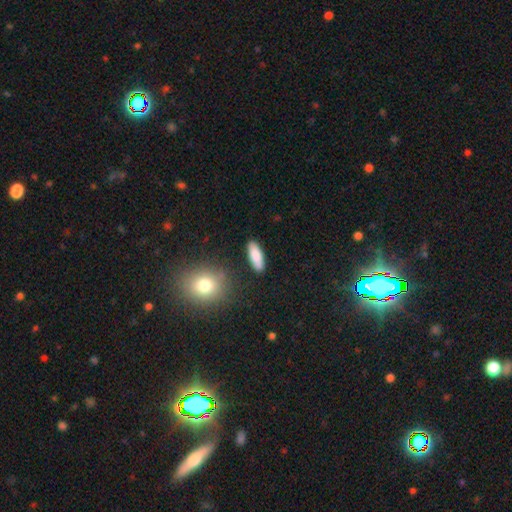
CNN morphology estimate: Q: Smooth or featured?
A: smooth (84%); runner-up: featured or disk (9%)
Q: How rounded?
A: in between (61%); runner-up: cigar-shaped (37%)
Q: Merging?
A: none (85%); runner-up: minor disturbance (10%)